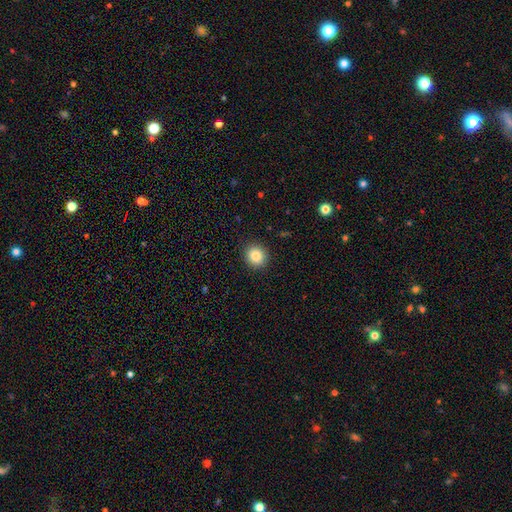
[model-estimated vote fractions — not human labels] A smooth galaxy with no disk features (86%) that is round (88%).

Vote fractions:
- Smooth or featured? smooth: 86% / star or artifact: 9% / featured or disk: 5%
- How rounded? round: 88% / in between: 11% / cigar-shaped: 1%
- Merging? none: 91% / minor disturbance: 6% / major disturbance: 2% / merger: 1%